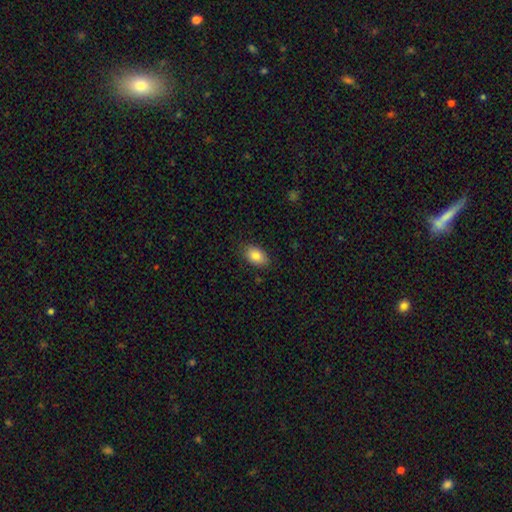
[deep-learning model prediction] smooth_or_featured: smooth (p=0.82) [alt: featured or disk p=0.10]
how_rounded: in between (p=0.90) [alt: round p=0.09]
merging: none (p=0.84) [alt: minor disturbance p=0.13]